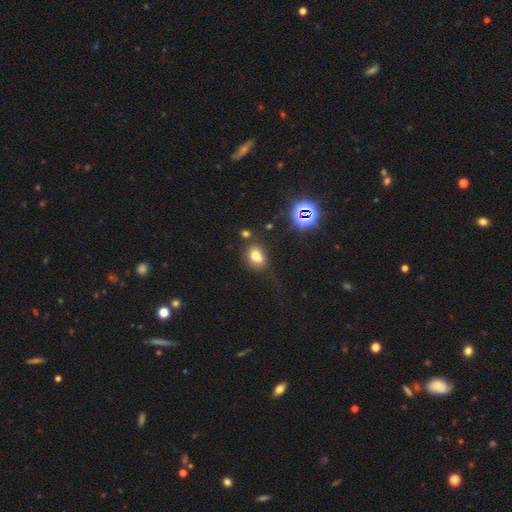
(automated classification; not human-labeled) This appears to be a smooth galaxy with no disk features (70%) that is round (51%). Merging: none (46%).